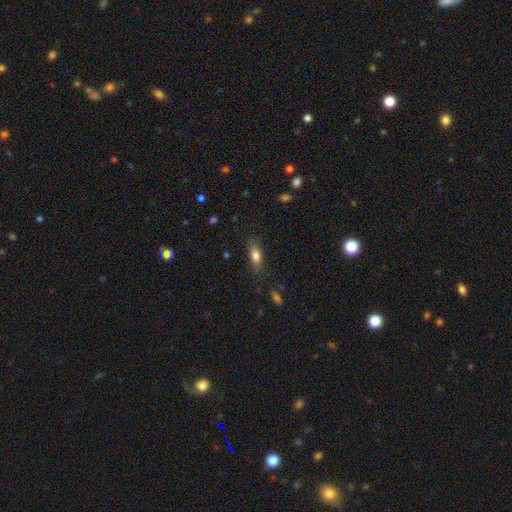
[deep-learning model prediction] smooth-or-featured: smooth: 80% | featured or disk: 11% | star or artifact: 9%
  how-rounded: in between: 72% | cigar-shaped: 24% | round: 4%
  merging: none: 79% | minor disturbance: 15% | major disturbance: 5% | merger: 2%